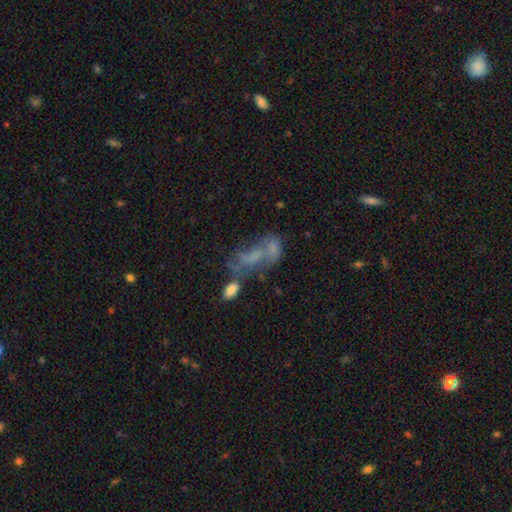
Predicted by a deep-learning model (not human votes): Q: Smooth or featured?
A: featured or disk (44%); runner-up: smooth (33%)
Q: Merging?
A: merger (41%); runner-up: none (26%)